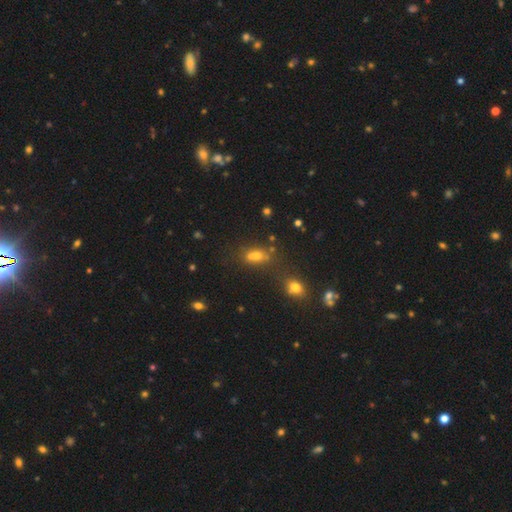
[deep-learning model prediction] This appears to be a smooth galaxy with no disk features (59%) that is in between round and cigar-shaped (63%). Merging: none (46%).